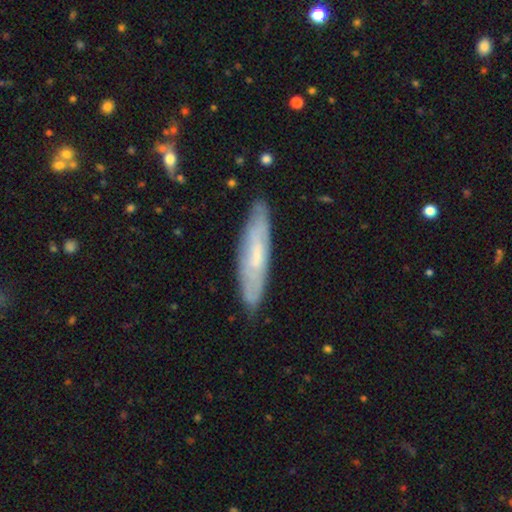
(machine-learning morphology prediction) This appears to be a featured or disk galaxy (49%). Merging: none (84%).